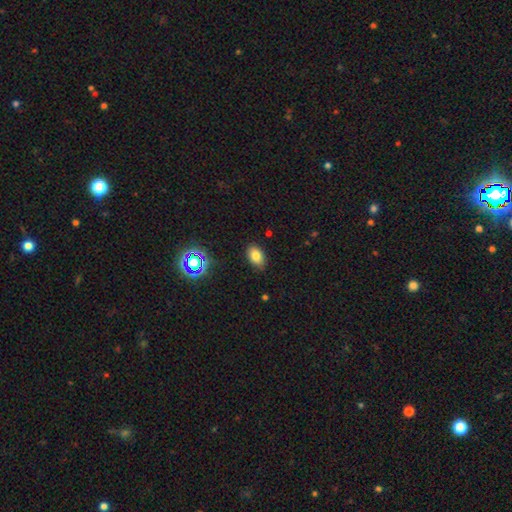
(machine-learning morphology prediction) type=smooth (79%); roundness=in between (86%); merging=none (84%).